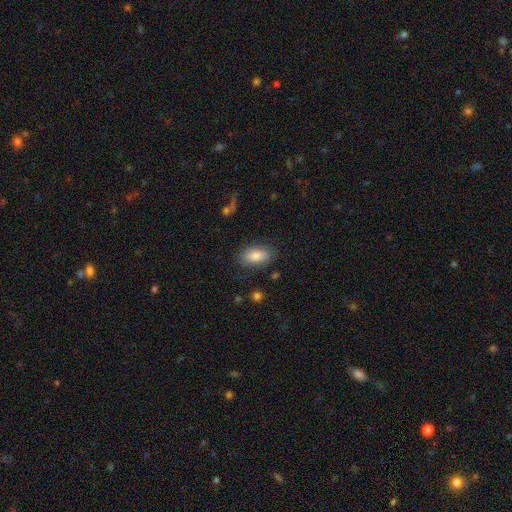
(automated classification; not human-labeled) This appears to be a smooth galaxy with no disk features (81%) that is in between round and cigar-shaped (92%). Merging: none (78%).